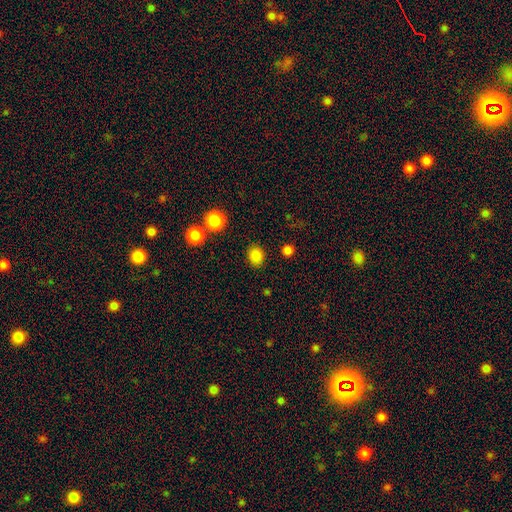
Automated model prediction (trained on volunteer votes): Q: Smooth or featured?
A: smooth (85%); runner-up: star or artifact (11%)
Q: How rounded?
A: round (68%); runner-up: in between (31%)
Q: Merging?
A: none (87%); runner-up: minor disturbance (7%)